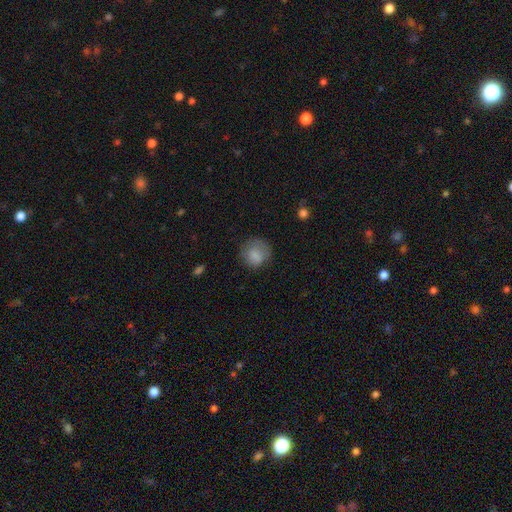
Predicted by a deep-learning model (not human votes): This appears to be a smooth galaxy with no disk features (83%) that is round (82%). Merging: none (69%).